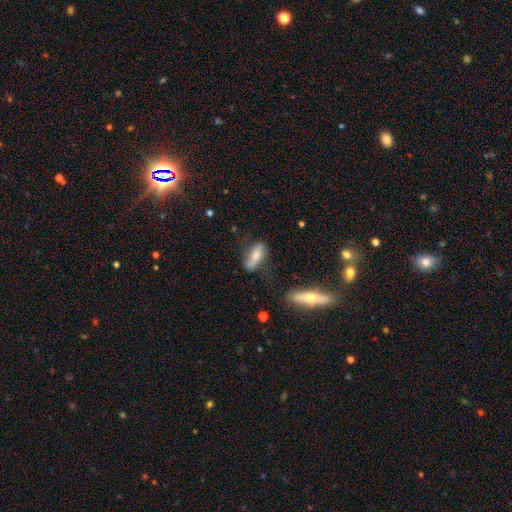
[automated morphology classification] Smooth or featured? Predicted: smooth (p=0.59). How rounded? Predicted: in between (p=0.62). Merging? Predicted: none (p=0.57).